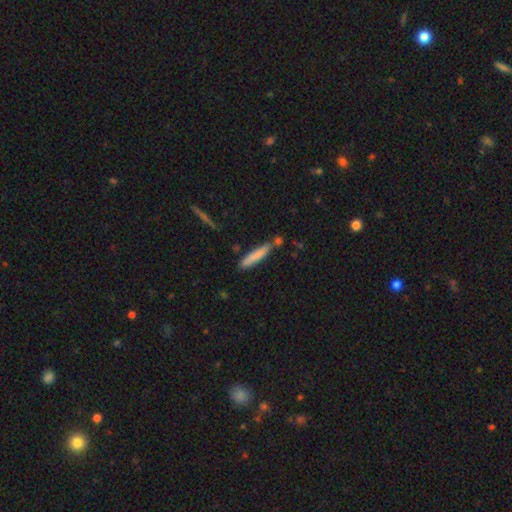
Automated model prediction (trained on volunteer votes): Overall: smooth (77%). How rounded: cigar-shaped (91%). Merging: none (75%).